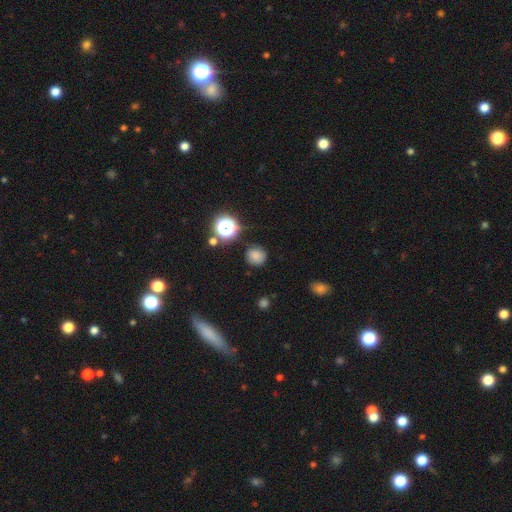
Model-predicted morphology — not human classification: smooth-or-featured: smooth: 75% | star or artifact: 18% | featured or disk: 7%
  how-rounded: round: 86% | in between: 12% | cigar-shaped: 1%
  merging: none: 80% | minor disturbance: 13% | major disturbance: 4% | merger: 3%